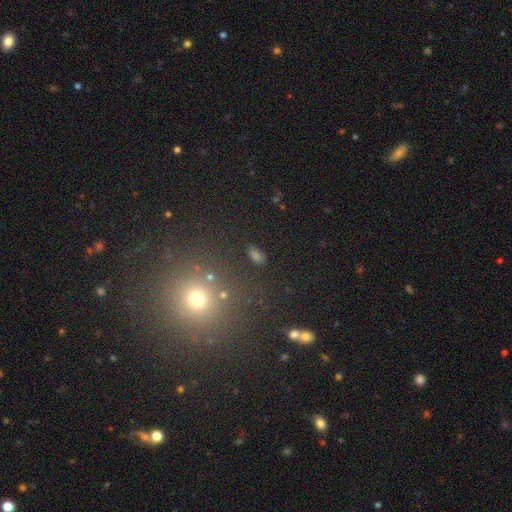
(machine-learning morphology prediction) smooth_or_featured: smooth (p=0.64) [alt: star or artifact p=0.27]
how_rounded: in between (p=0.78) [alt: round p=0.17]
merging: none (p=0.84) [alt: minor disturbance p=0.09]